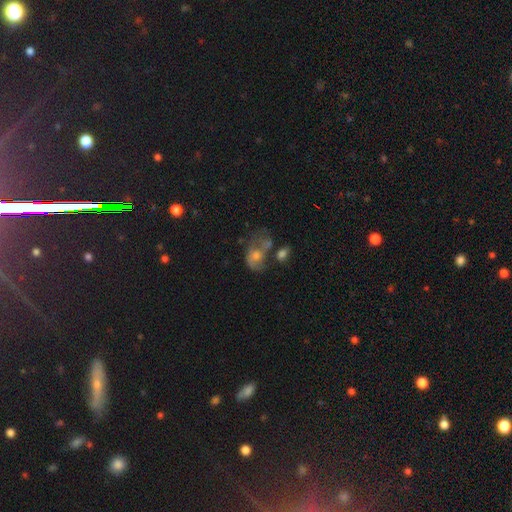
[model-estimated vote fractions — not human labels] Morphology: type=featured or disk (45%); merging=merger (29%).